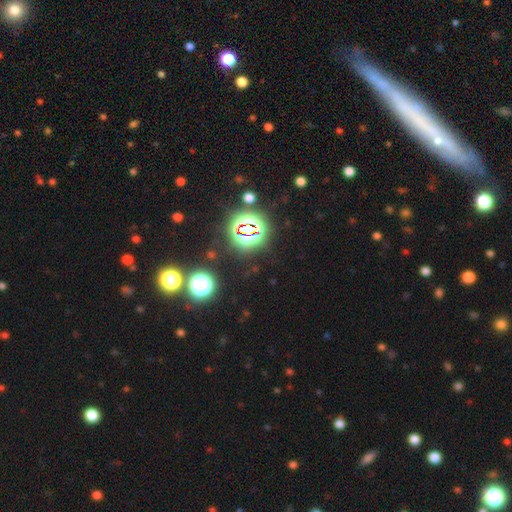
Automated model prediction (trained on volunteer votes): Overall: star or artifact (60%; smooth 23%).